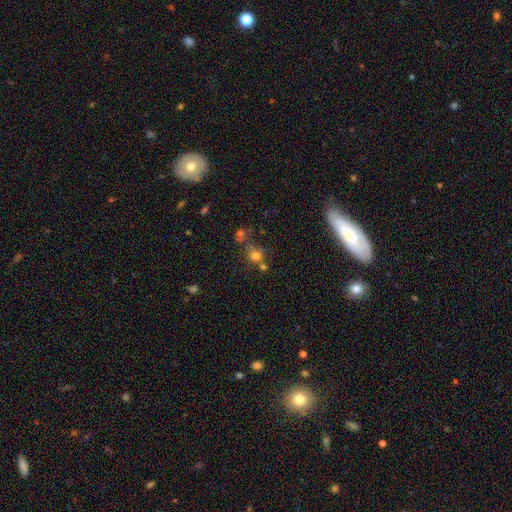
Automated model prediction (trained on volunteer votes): Smooth or featured: smooth — 71% (star or artifact — 18%)
How rounded: round — 80% (in between — 18%)
Merging: none — 52% (merger — 28%)